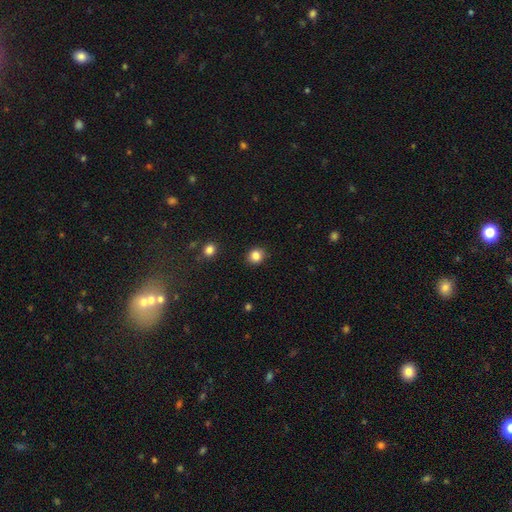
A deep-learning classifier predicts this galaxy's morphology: smooth 85%, star or artifact 11%, featured or disk 4%. Down the decision tree: how rounded — round (79%); merging — none (88%).